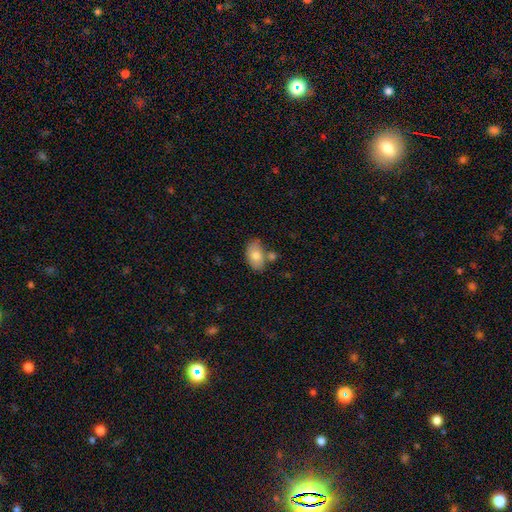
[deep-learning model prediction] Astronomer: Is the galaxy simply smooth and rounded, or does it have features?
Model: smooth — 78%.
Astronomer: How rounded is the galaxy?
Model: in between — 91%.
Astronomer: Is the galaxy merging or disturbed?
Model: none — 61%.